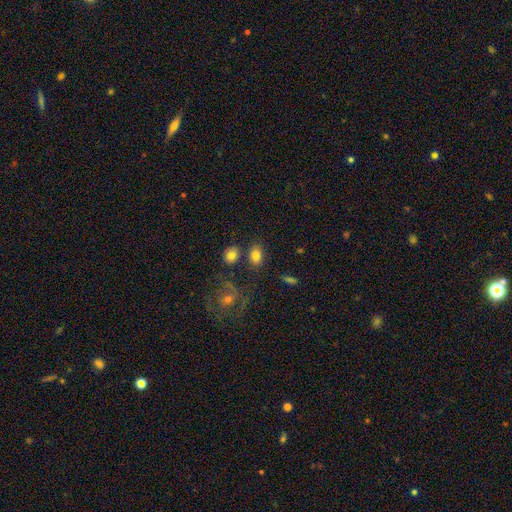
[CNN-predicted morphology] Q: Smooth or featured?
A: smooth (80%); runner-up: star or artifact (11%)
Q: How rounded?
A: in between (74%); runner-up: round (24%)
Q: Merging?
A: none (74%); runner-up: minor disturbance (12%)